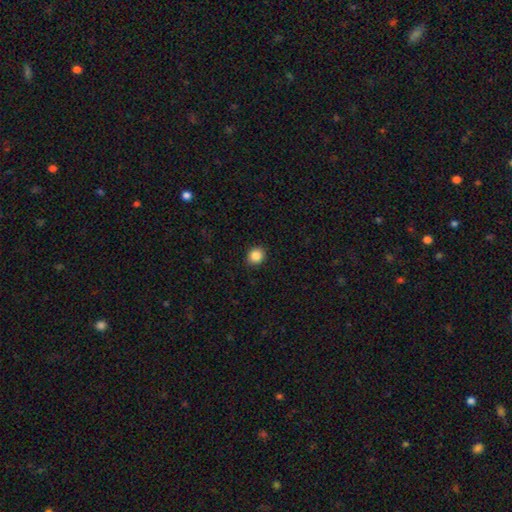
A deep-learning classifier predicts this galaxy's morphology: Smooth or featured? Predicted: smooth (p=0.86). How rounded? Predicted: round (p=0.77). Merging? Predicted: none (p=0.91).